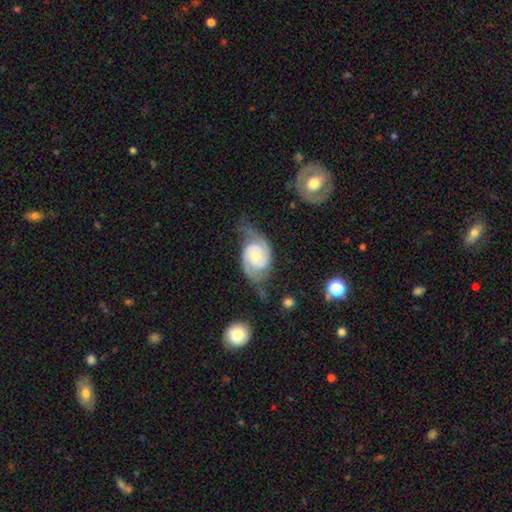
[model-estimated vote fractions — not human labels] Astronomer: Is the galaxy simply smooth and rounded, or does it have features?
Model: featured or disk — 89%.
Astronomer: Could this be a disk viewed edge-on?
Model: no — 97%.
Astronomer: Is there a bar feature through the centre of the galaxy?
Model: no — 63%.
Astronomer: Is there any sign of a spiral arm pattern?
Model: yes — 97%.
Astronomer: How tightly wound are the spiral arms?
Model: tight — 44% (runner-up: medium, 43%).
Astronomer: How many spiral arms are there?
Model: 2 — 90%.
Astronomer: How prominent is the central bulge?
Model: moderate — 56% (runner-up: small, 38%).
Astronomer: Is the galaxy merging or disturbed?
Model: none — 56%.